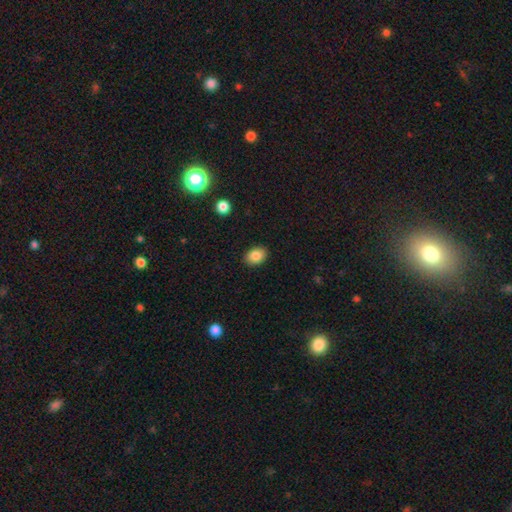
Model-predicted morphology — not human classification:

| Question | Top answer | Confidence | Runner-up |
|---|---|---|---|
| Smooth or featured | smooth | 87% | star or artifact (8%) |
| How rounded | in between | 74% | round (25%) |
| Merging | none | 89% | minor disturbance (8%) |